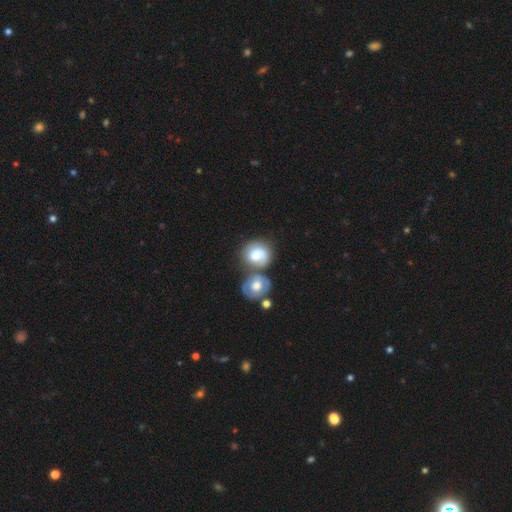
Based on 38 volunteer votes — smooth_or_featured: featured or disk (p=0.58) [alt: smooth p=0.39]
disk_edge_on: no (p=0.91) [alt: yes p=0.09]
bar: no (p=0.75) [alt: weak p=0.20]
has_spiral_arms: yes (p=0.75) [alt: no p=0.25]
spiral_winding: tight (p=0.73) [alt: medium p=0.13]
spiral_arm_count: 1 (p=0.80) [alt: can't tell p=0.13]
bulge_size: moderate (p=0.65) [alt: dominant p=0.15]
merging: none (p=0.41) [alt: merger p=0.38]